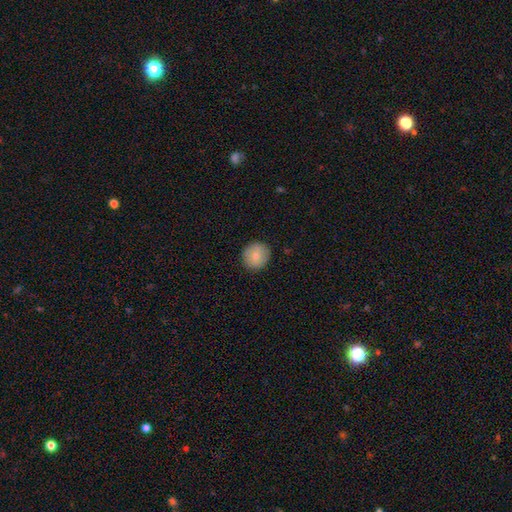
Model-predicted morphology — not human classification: This appears to be a smooth galaxy with no disk features (80%) that is round (91%). Merging: none (89%).